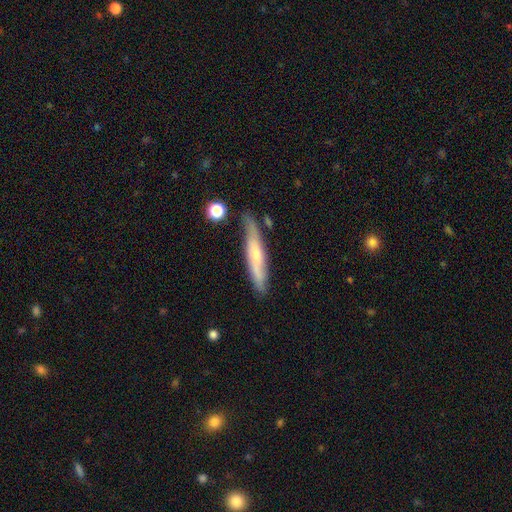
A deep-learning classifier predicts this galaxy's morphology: Overall: smooth (48%; featured or disk 46%). Merging: none (73%).